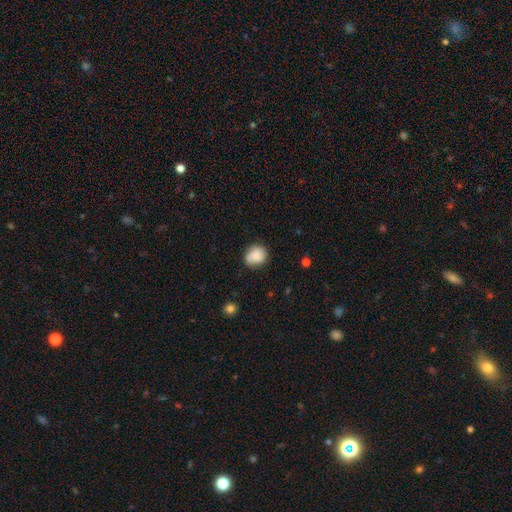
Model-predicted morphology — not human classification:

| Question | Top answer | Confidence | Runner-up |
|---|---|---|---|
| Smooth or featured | smooth | 81% | featured or disk (11%) |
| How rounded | round | 70% | in between (29%) |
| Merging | none | 71% | minor disturbance (22%) |